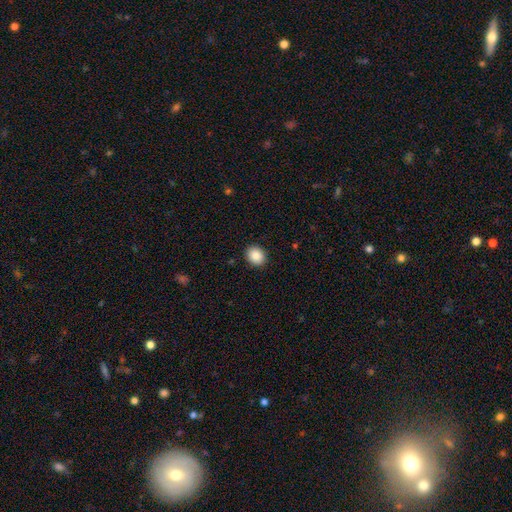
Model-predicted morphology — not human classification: Smooth or featured?
  - smooth: 88% *
  - star or artifact: 8%
  - featured or disk: 4%
How rounded?
  - round: 62% *
  - in between: 37%
  - cigar-shaped: 1%
Merging?
  - none: 91% *
  - minor disturbance: 6%
  - major disturbance: 2%
  - merger: 1%